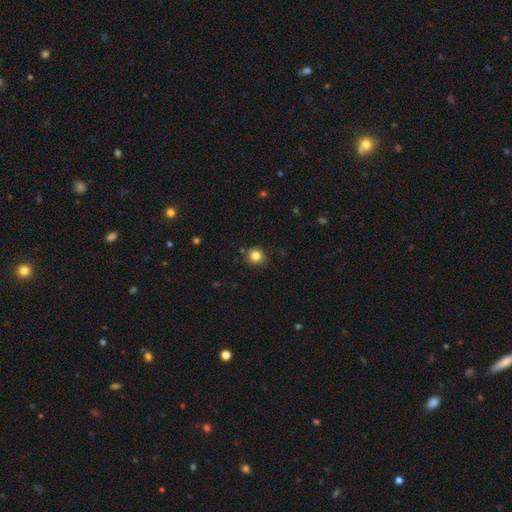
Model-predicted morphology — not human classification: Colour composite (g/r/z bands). It shows a smooth galaxy with no disk features (83%) that is round (92%). Merging: none (88%).